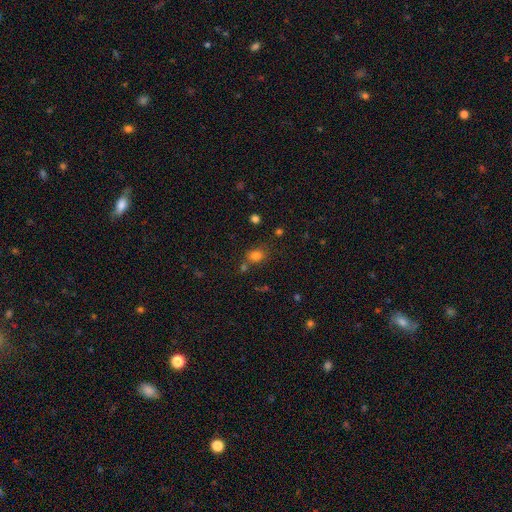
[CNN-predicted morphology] This is likely a smooth galaxy (79%). How rounded: possibly round (52%). Merging: likely none (66%).